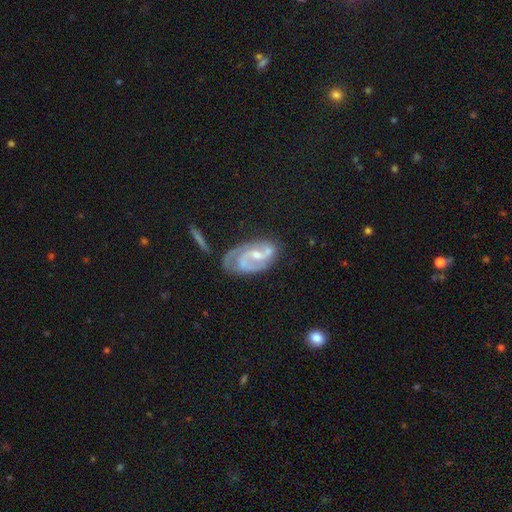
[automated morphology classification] A featured or disk galaxy (84%) with a weak bar (45%), 2 (79%) medium (49%) spiral arms (96%) and a small central bulge (57%).

Vote fractions:
- Smooth or featured? featured or disk: 84% / smooth: 9% / star or artifact: 7%
- Edge-on disk? no: 97% / yes: 3%
- Bar? weak: 45% / no: 40% / strong: 15%
- Spiral arms? yes: 96% / no: 4%
- Spiral winding? medium: 49% / tight: 36% / loose: 15%
- Spiral arm count? 2: 79% / can't tell: 8% / 3: 6% / 1: 5% / 4: 2% / more than 4: 2%
- Bulge size? small: 57% / moderate: 37% / none: 3% / large: 2% / dominant: 1%
- Merging? none: 53% / minor disturbance: 25% / major disturbance: 13% / merger: 9%